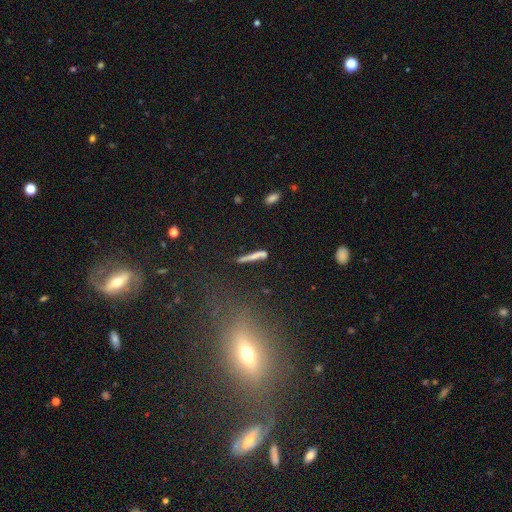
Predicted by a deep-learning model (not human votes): This is likely a smooth galaxy (63%). How rounded: clearly cigar-shaped (91%). Merging: likely none (63%).